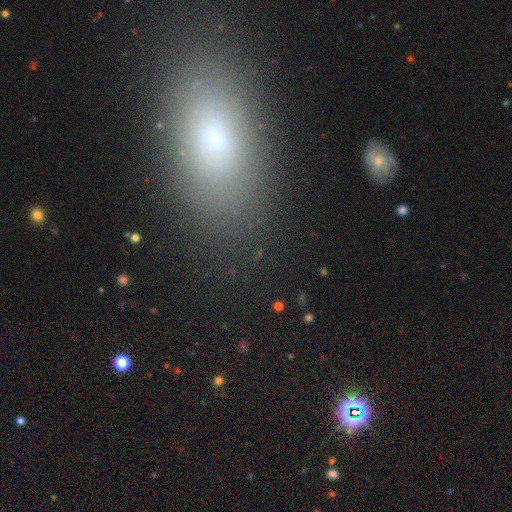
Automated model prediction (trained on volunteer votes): Smooth or featured?
  - smooth: 59% *
  - star or artifact: 23%
  - featured or disk: 18%
How rounded?
  - in between: 76% *
  - round: 17%
  - cigar-shaped: 7%
Merging?
  - none: 84% *
  - minor disturbance: 9%
  - major disturbance: 4%
  - merger: 2%